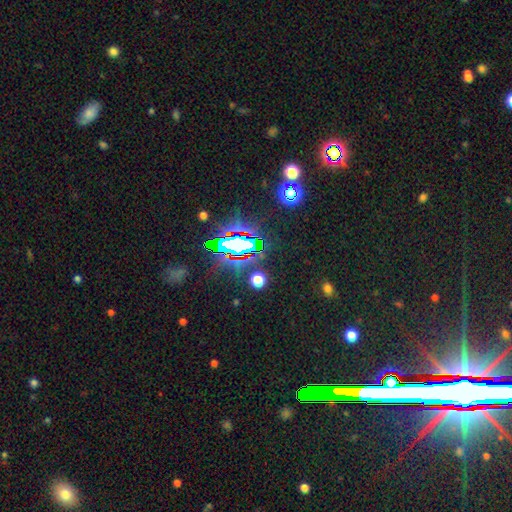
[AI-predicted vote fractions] smooth-or-featured: star or artifact: 79% | featured or disk: 11% | smooth: 10%